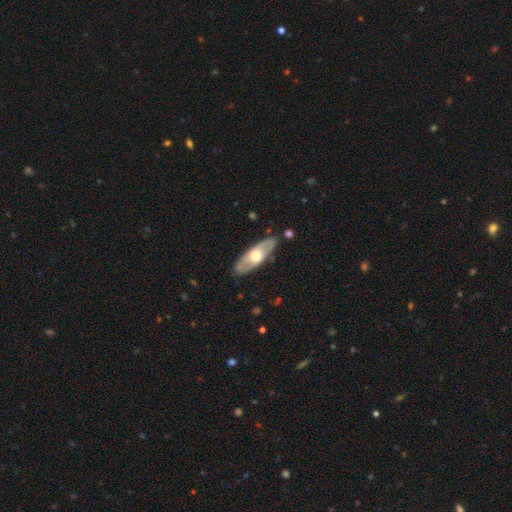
smooth-or-featured: featured or disk: 65% | smooth: 30% | star or artifact: 5%
  disk-edge-on: no: 71% | yes: 29%
    bar: no: 76% | weak: 18% | strong: 6%
    has-spiral-arms: no: 82% | yes: 18%
    bulge-size: moderate: 59% | large: 35% | dominant: 6% | small: 0% | none: 0%
  merging: none: 83% | minor disturbance: 11% | major disturbance: 3% | merger: 3%